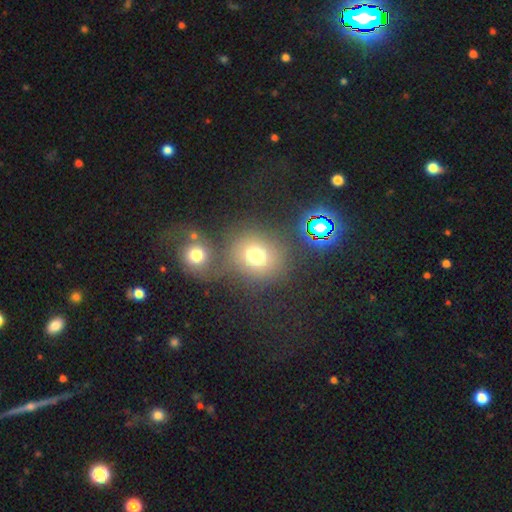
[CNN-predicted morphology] This is likely a smooth galaxy (72%). How rounded: clearly round (82%). Merging: possibly none (60%).